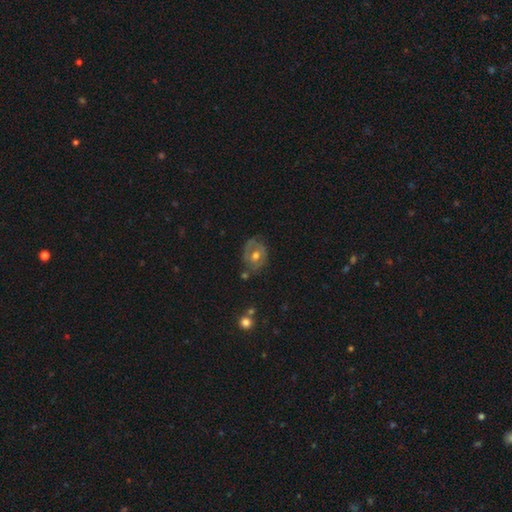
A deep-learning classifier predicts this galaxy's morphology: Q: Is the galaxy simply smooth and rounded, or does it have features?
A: featured or disk — 54%.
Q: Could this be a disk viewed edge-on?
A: no — 95%.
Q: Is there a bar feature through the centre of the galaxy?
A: no — 67%.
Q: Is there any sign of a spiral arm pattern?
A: no — 59%.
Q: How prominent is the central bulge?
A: moderate — 77%.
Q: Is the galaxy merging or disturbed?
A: none — 65%.